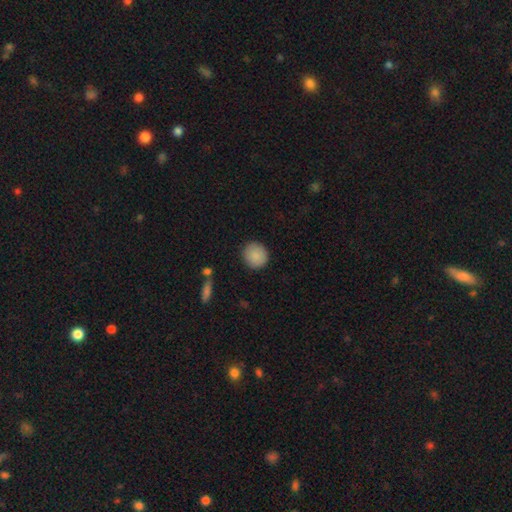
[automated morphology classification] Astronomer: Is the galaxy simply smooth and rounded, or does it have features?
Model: smooth — 89%.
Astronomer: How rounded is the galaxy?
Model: round — 89%.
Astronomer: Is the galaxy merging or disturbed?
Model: none — 89%.